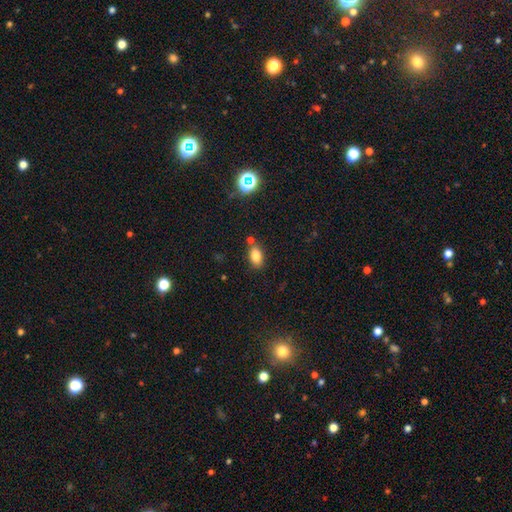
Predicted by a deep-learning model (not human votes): Smooth or featured? smooth (82%)
How rounded? in between (87%)
Merging? none (74%)